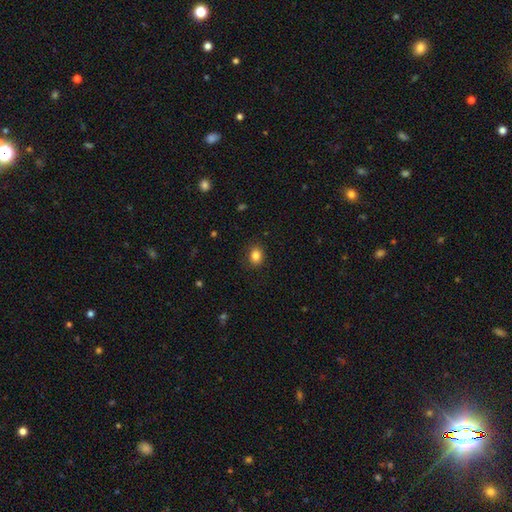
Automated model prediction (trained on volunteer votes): Overall: smooth (84%). How rounded: in between (51%; round 48%). Merging: none (86%).